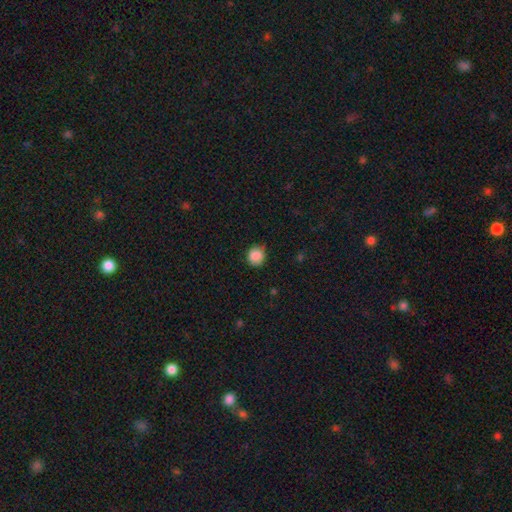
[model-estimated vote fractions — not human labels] Smooth or featured: smooth — 87% (star or artifact — 9%)
How rounded: round — 87% (in between — 12%)
Merging: none — 79% (minor disturbance — 17%)